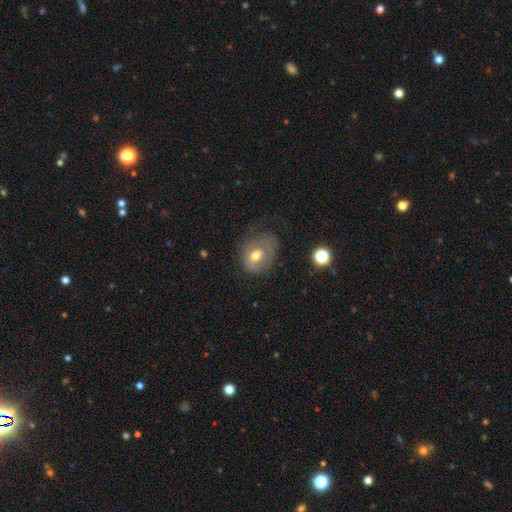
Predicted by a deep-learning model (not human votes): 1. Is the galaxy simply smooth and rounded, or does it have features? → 52% smooth, 39% featured or disk, 9% star or artifact.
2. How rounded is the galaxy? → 56% in between, 43% round, 1% cigar-shaped.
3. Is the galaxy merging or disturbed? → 39% none, 31% major disturbance, 28% minor disturbance, 2% merger.